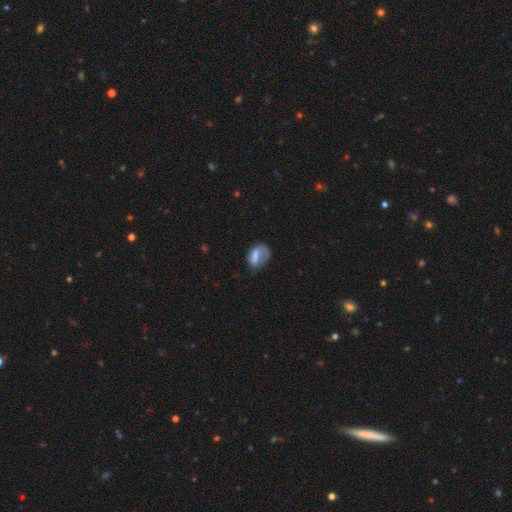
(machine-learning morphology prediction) A smooth galaxy with no disk features (60%) that is in between round and cigar-shaped (76%). Merging: none (38%).